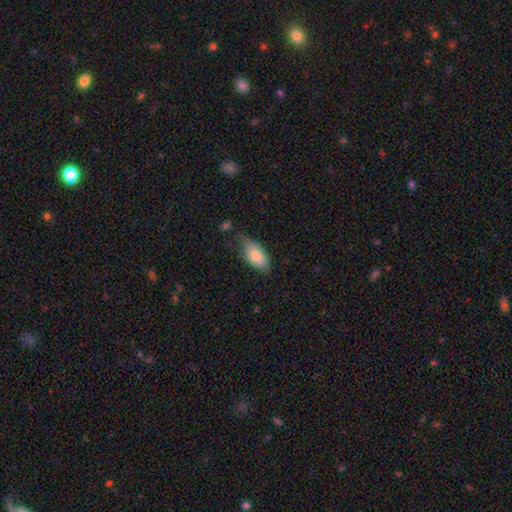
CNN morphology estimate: Overall: smooth (81%). How rounded: in between (90%). Merging: none (58%; minor disturbance 32%).